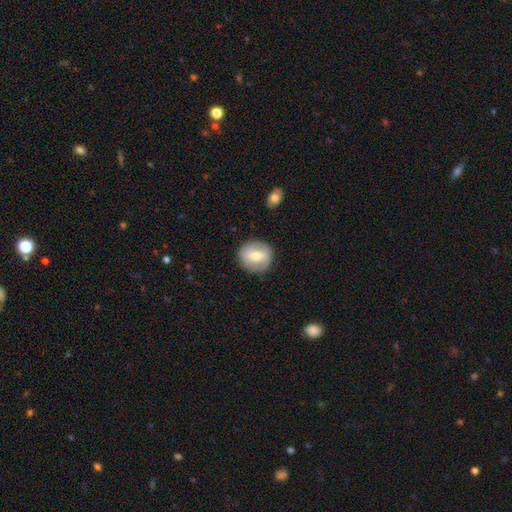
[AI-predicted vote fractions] Morphology: type=smooth (57%); roundness=round (87%); merging=none (86%).